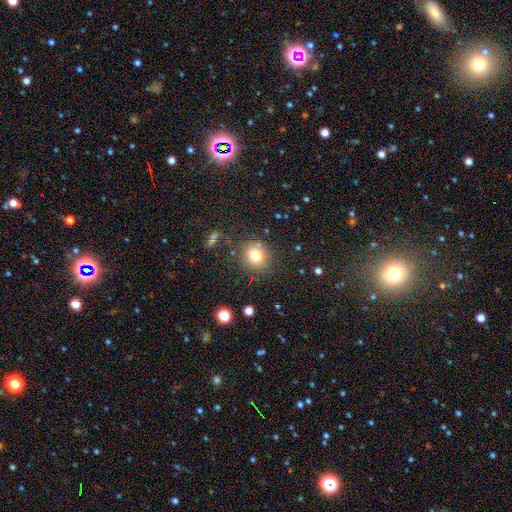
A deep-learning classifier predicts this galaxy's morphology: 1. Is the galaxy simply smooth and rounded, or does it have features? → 77% smooth, 14% star or artifact, 9% featured or disk.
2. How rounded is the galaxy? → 87% round, 12% in between, 1% cigar-shaped.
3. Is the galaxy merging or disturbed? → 80% none, 11% minor disturbance, 5% merger, 4% major disturbance.